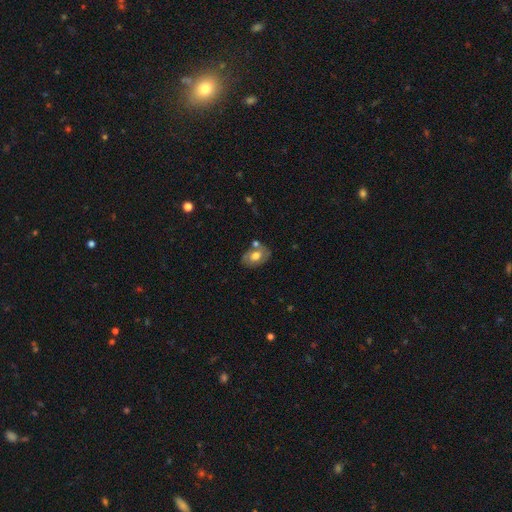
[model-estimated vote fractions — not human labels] This is possibly a smooth galaxy (56%). How rounded: clearly in between (84%). Merging: likely none (64%).